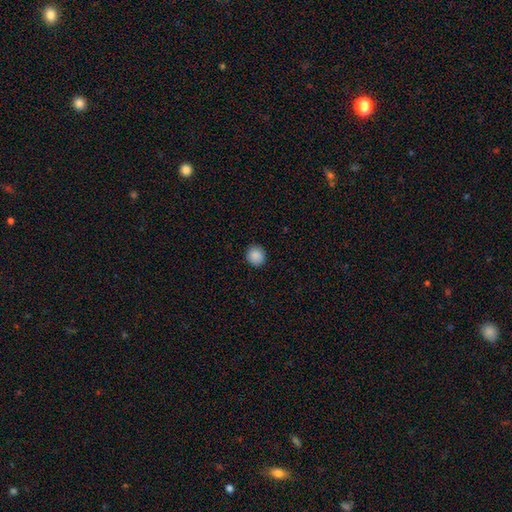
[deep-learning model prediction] Smooth or featured: smooth — 89% (star or artifact — 9%)
How rounded: round — 90% (in between — 9%)
Merging: none — 91% (minor disturbance — 6%)